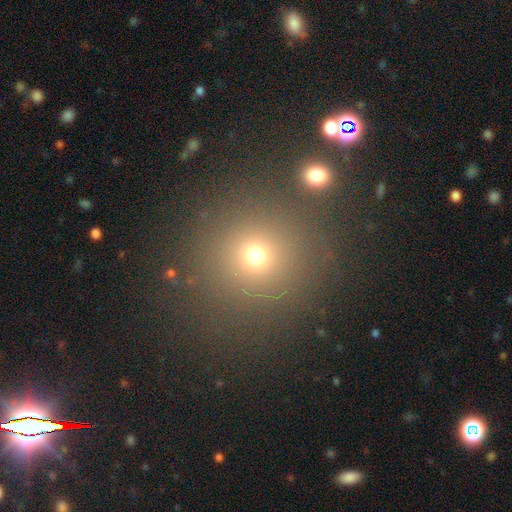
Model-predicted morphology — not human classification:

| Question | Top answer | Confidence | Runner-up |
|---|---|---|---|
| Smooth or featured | smooth | 68% | star or artifact (23%) |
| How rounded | round | 90% | in between (9%) |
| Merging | none | 83% | minor disturbance (8%) |